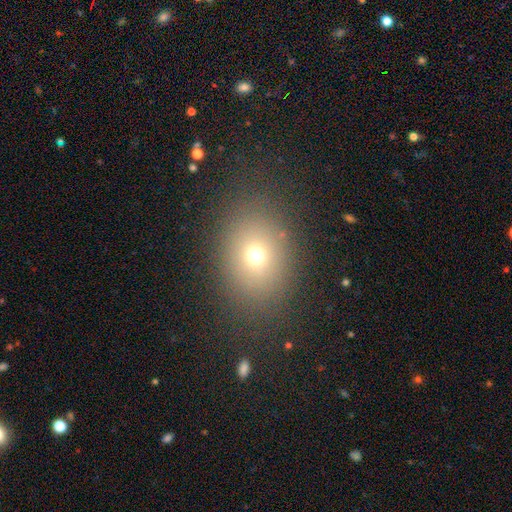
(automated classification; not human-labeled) Smooth or featured? Predicted: smooth (p=0.68). How rounded? Predicted: in between (p=0.55). Merging? Predicted: none (p=0.83).